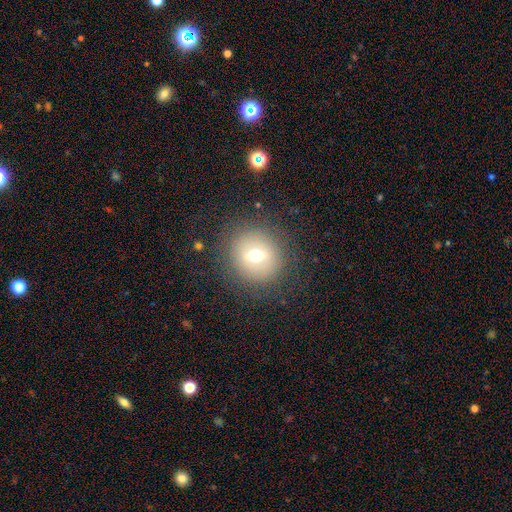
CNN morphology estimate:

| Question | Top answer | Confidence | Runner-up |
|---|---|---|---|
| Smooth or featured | smooth | 51% | featured or disk (34%) |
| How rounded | round | 87% | in between (12%) |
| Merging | none | 83% | minor disturbance (10%) |